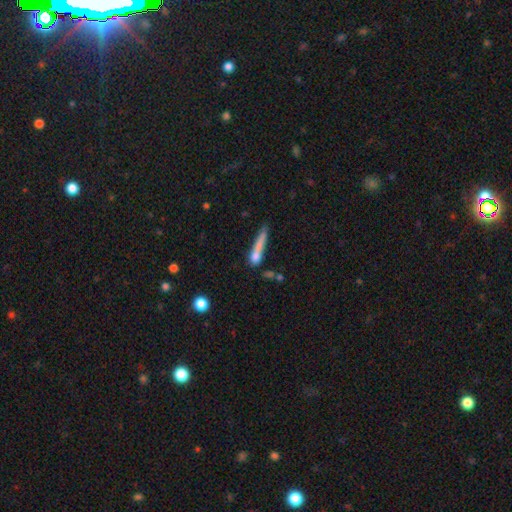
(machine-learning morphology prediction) A smooth galaxy with no disk features (66%) that is cigar-shaped (84%).

Vote fractions:
- Smooth or featured? smooth: 66% / featured or disk: 24% / star or artifact: 10%
- How rounded? cigar-shaped: 84% / in between: 11% / round: 6%
- Merging? none: 43% / merger: 22% / minor disturbance: 20% / major disturbance: 15%